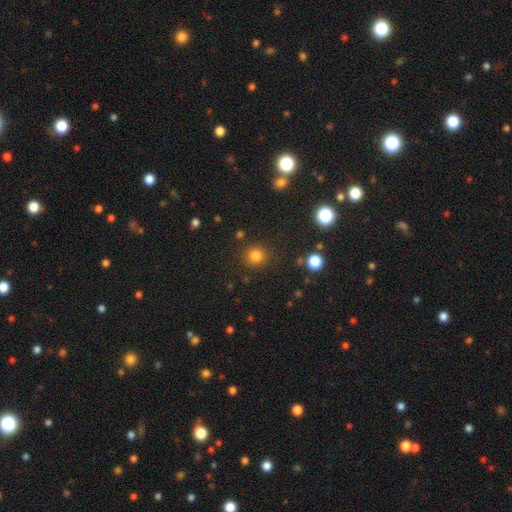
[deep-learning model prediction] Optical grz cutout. It shows a smooth galaxy with no disk features (81%) that is round (91%). Merging: none (87%).